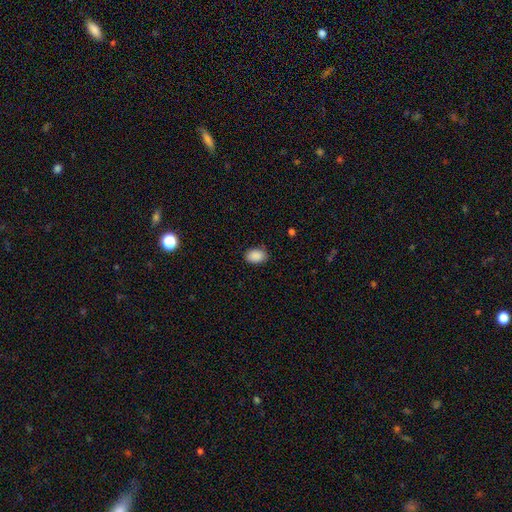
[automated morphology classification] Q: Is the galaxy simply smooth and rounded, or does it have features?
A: smooth — 90%.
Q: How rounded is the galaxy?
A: in between — 84%.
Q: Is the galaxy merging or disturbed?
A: none — 86%.